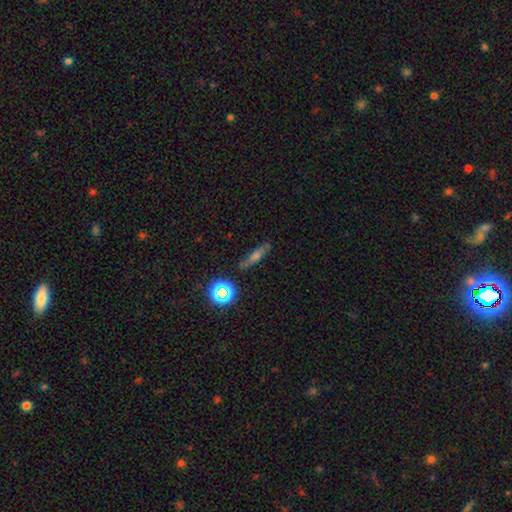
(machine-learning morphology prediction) Smooth or featured?
  - smooth: 44% *
  - featured or disk: 39%
  - star or artifact: 17%
Merging?
  - none: 81% *
  - minor disturbance: 13%
  - major disturbance: 3%
  - merger: 2%